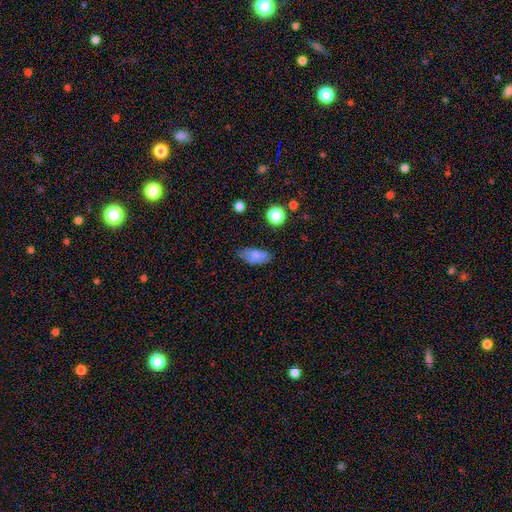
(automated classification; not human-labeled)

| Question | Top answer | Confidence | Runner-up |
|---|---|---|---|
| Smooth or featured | smooth | 72% | featured or disk (17%) |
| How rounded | in between | 87% | cigar-shaped (8%) |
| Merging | none | 68% | minor disturbance (22%) |